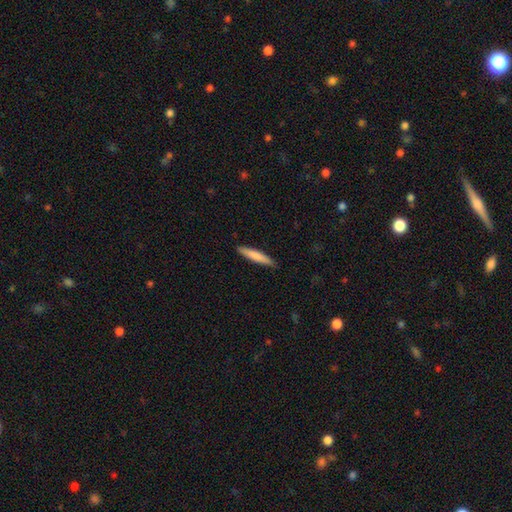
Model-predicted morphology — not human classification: Smooth or featured? smooth (77%)
How rounded? cigar-shaped (92%)
Merging? none (90%)